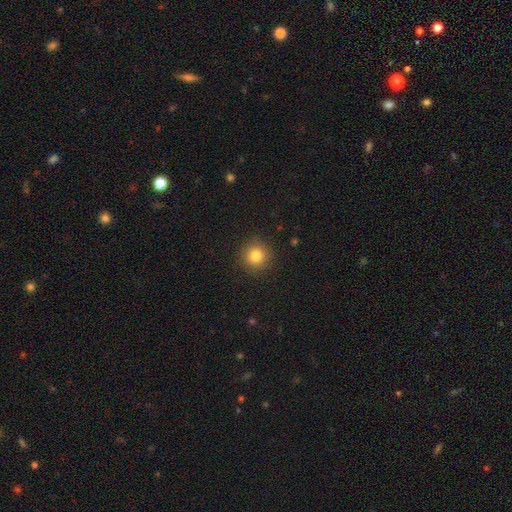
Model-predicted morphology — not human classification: A smooth galaxy with no disk features (83%) that is round (94%).

Vote fractions:
- Smooth or featured? smooth: 83% / star or artifact: 11% / featured or disk: 6%
- How rounded? round: 94% / in between: 5% / cigar-shaped: 1%
- Merging? none: 91% / minor disturbance: 6% / major disturbance: 2% / merger: 1%